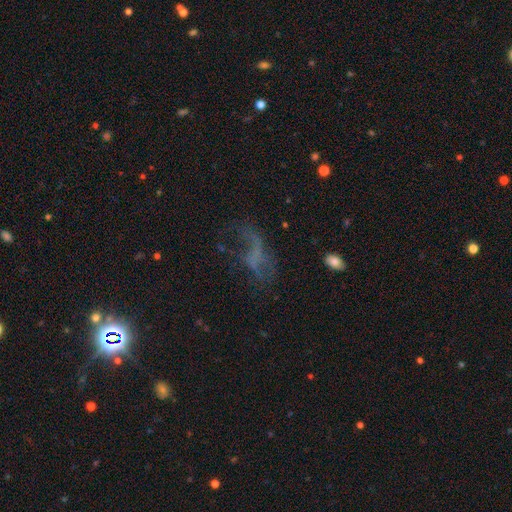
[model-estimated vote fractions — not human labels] featured or disk 49%, smooth 28%, star or artifact 24%. Down the decision tree: merging — none (39%).